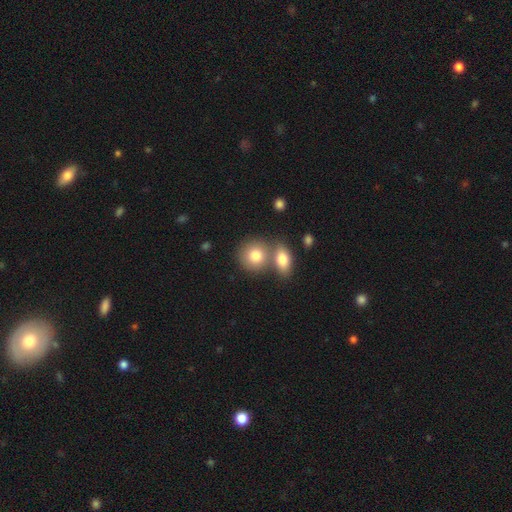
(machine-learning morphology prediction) This is likely a smooth galaxy (79%). How rounded: likely round (76%). Merging: possibly none (47%).